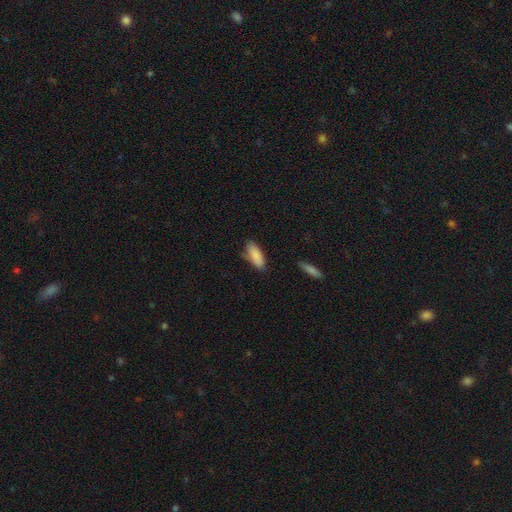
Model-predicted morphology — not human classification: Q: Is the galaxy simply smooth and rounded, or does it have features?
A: smooth — 87%.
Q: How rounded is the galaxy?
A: in between — 76%.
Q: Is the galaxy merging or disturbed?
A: none — 75%.